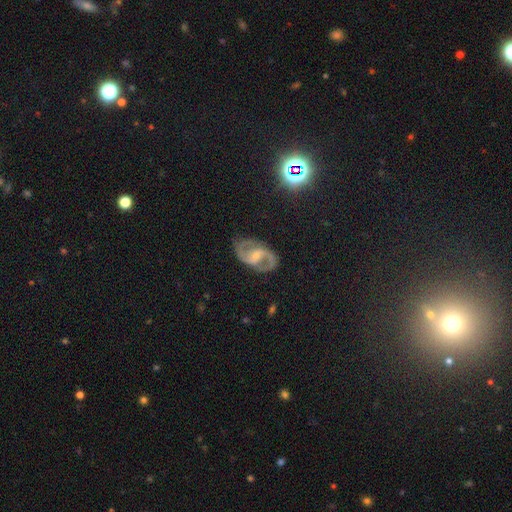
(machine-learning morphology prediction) smooth_or_featured: featured or disk (p=0.89) [alt: star or artifact p=0.06]
disk_edge_on: no (p=0.98) [alt: yes p=0.02]
bar: weak (p=0.45) [alt: no p=0.29]
has_spiral_arms: yes (p=0.96) [alt: no p=0.04]
spiral_winding: medium (p=0.60) [alt: loose p=0.20]
spiral_arm_count: 2 (p=0.93) [alt: can't tell p=0.03]
bulge_size: small (p=0.58) [alt: moderate p=0.36]
merging: none (p=0.80) [alt: minor disturbance p=0.13]